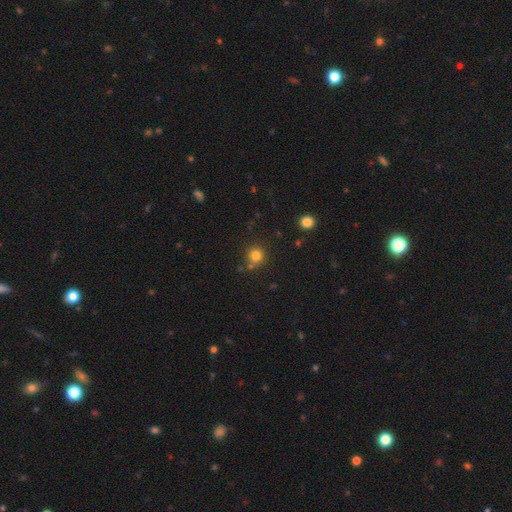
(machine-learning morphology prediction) Overall: smooth (80%). How rounded: round (91%). Merging: none (76%).